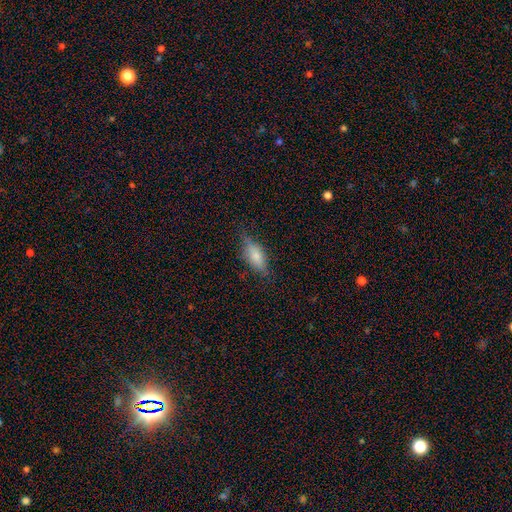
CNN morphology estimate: The model was most divided on "merging": none: 70%, minor disturbance: 23%, major disturbance: 6%, merger: 1%. More confident: how rounded — in between (78%); smooth or featured — smooth (72%).